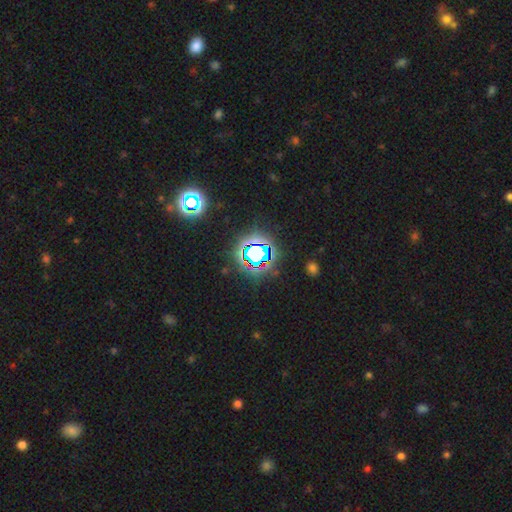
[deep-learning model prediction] Smooth or featured?
  - star or artifact: 73% *
  - smooth: 16%
  - featured or disk: 11%